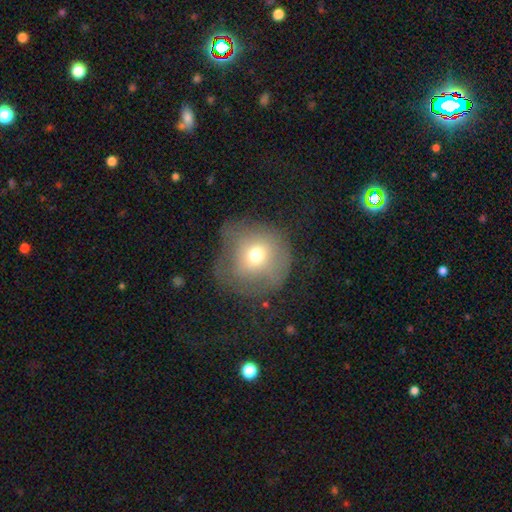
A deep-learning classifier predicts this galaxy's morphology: Overall: smooth (60%; featured or disk 27%). How rounded: round (89%). Merging: none (50%; minor disturbance 25%).